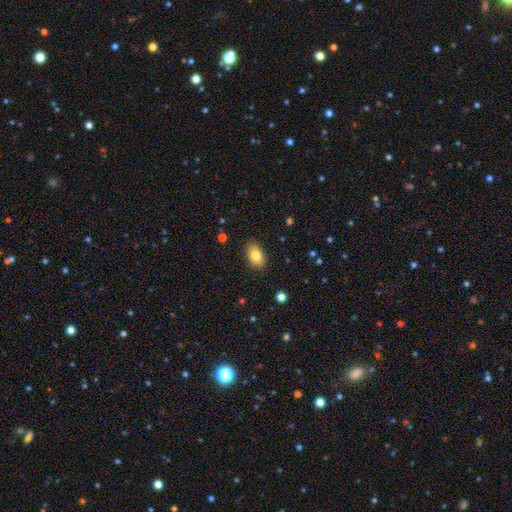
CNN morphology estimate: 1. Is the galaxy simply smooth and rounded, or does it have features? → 80% smooth, 12% featured or disk, 8% star or artifact.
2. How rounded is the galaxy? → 89% in between, 9% round, 2% cigar-shaped.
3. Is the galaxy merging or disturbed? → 86% none, 11% minor disturbance, 2% major disturbance, 1% merger.